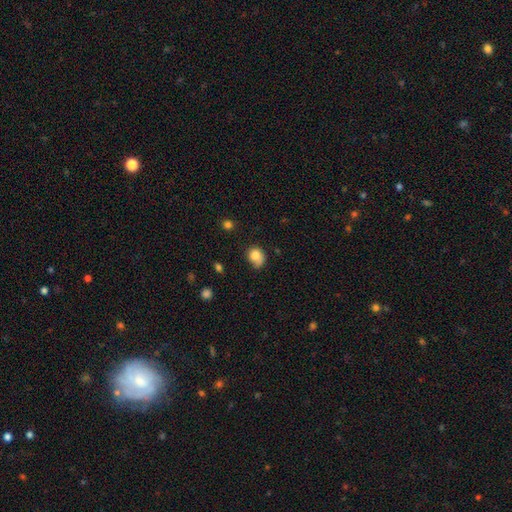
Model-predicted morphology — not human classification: This is likely a smooth galaxy (79%). How rounded: possibly round (53%). Merging: marginally none (42%).